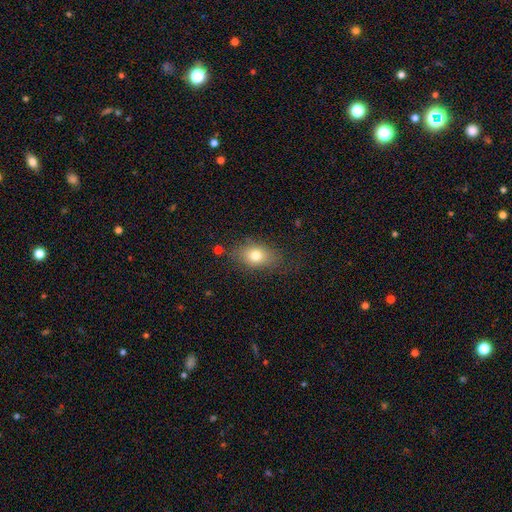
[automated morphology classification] Overall: smooth (66%). How rounded: in between (75%). Merging: none (83%).